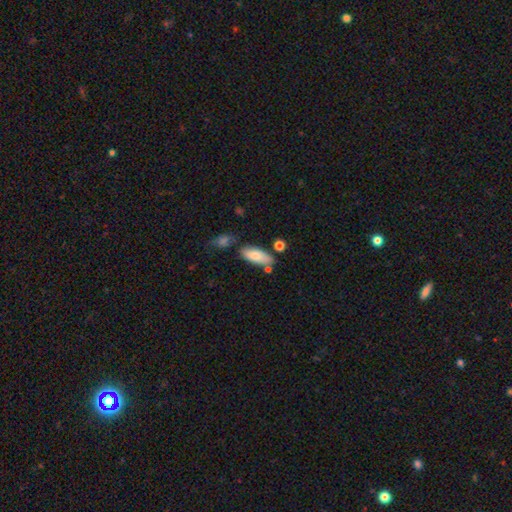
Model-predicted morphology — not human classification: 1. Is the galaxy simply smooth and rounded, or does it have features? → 81% smooth, 12% featured or disk, 6% star or artifact.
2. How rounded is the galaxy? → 80% in between, 18% cigar-shaped, 2% round.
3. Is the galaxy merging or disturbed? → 71% none, 17% minor disturbance, 9% merger, 4% major disturbance.